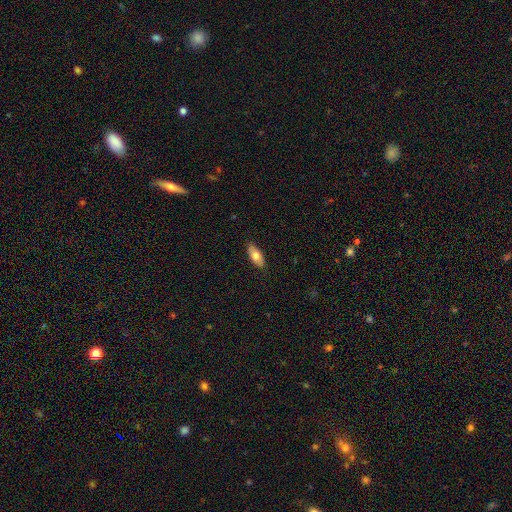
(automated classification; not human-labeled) Smooth or featured? smooth (72%)
How rounded? in between (83%)
Merging? none (87%)